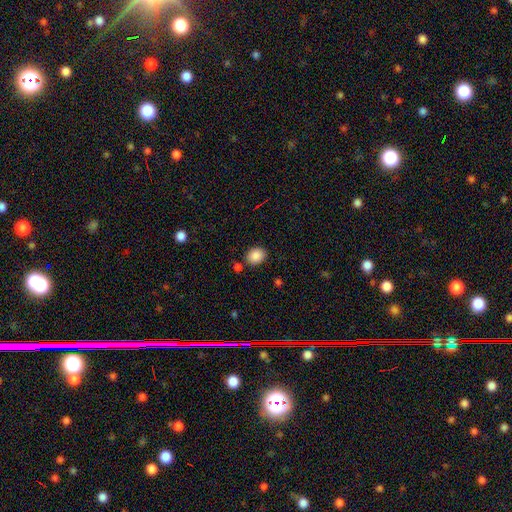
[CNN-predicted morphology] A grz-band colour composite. It shows a smooth galaxy with no disk features (88%) that is round (50%). Merging: none (81%).